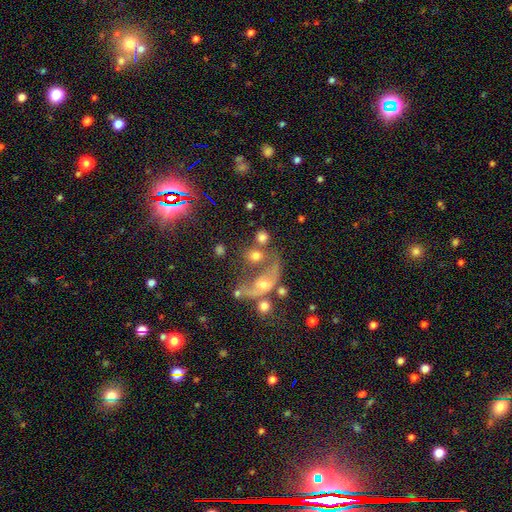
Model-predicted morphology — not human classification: This appears to be a smooth galaxy with no disk features (61%) that is round (57%). Merging: merger (46%).